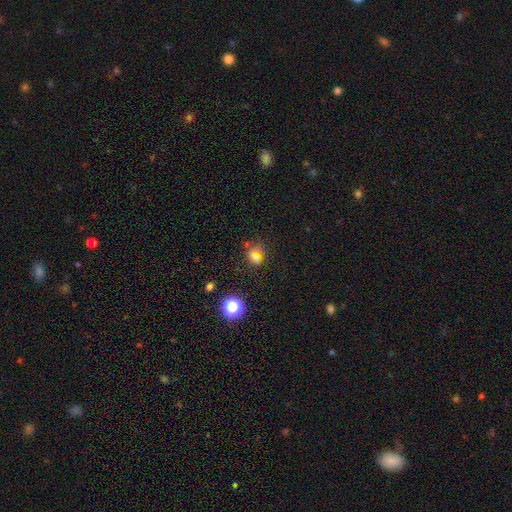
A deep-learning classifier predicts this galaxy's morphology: This appears to be a star or artifact, not a galaxy (45%).